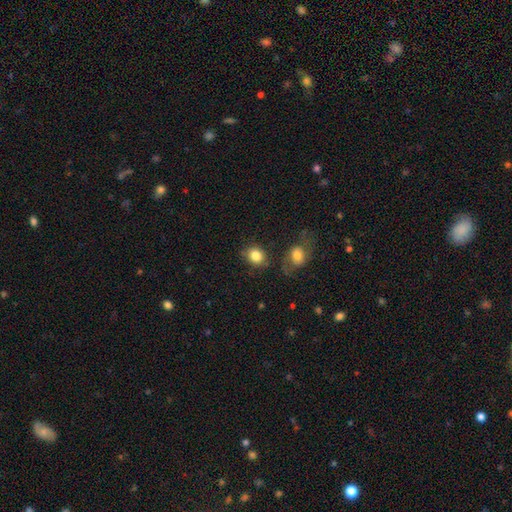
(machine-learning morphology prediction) Smooth or featured? smooth (83%)
How rounded? round (59%)
Merging? none (72%)